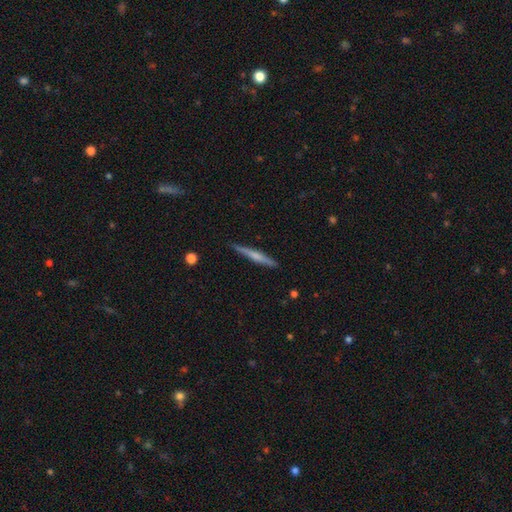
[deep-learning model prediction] Smooth or featured? Predicted: featured or disk (p=0.53). Edge-on disk? Predicted: yes (p=0.98). Edge-on bulge? Predicted: rounded (p=0.51). Merging? Predicted: none (p=0.89).